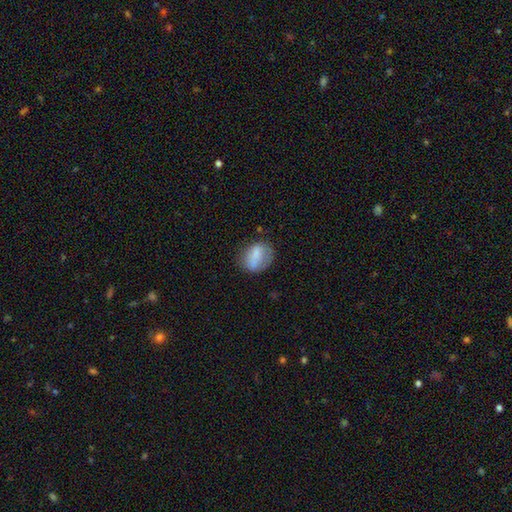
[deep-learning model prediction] This is likely a smooth galaxy (69%). How rounded: possibly in between (54%). Merging: likely none (61%).